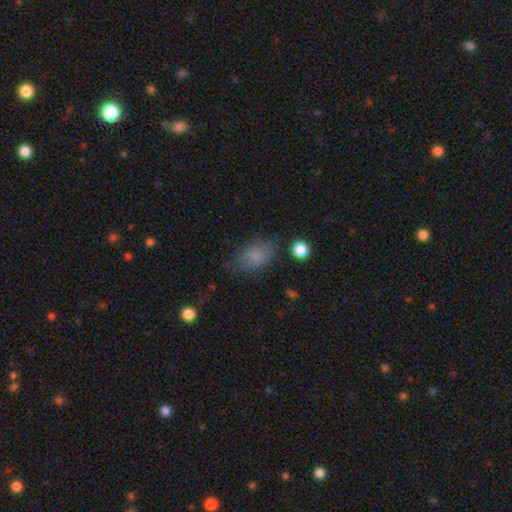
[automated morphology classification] smooth 78%, featured or disk 11%, star or artifact 11%. Down the decision tree: how rounded — in between (85%); merging — none (64%).